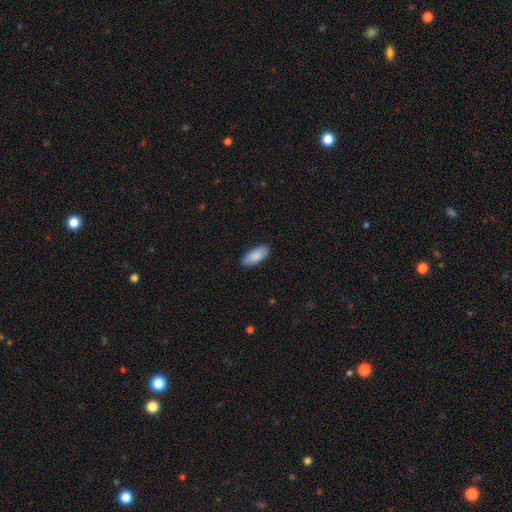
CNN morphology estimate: smooth-or-featured: smooth: 88% | featured or disk: 7% | star or artifact: 5%
  how-rounded: in between: 85% | cigar-shaped: 14% | round: 2%
  merging: none: 88% | minor disturbance: 9% | major disturbance: 2% | merger: 1%